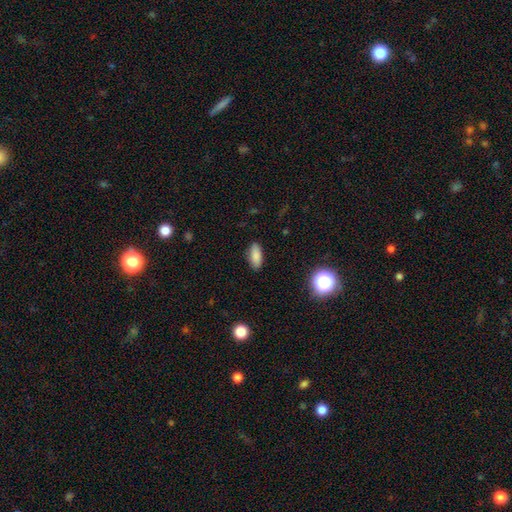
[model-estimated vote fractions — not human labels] Morphology: type=smooth (85%); roundness=in between (81%); merging=none (87%).